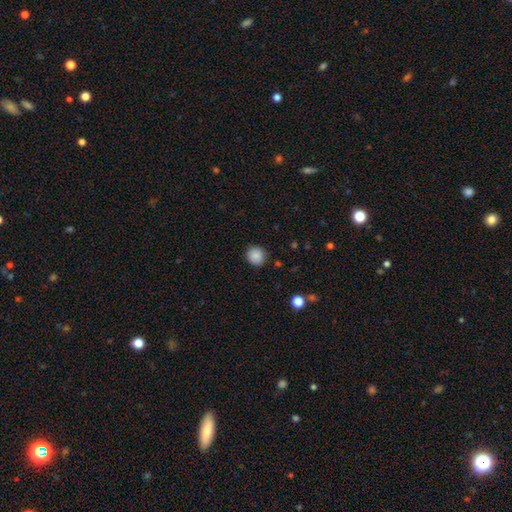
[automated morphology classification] smooth_or_featured: smooth (p=0.87) [alt: star or artifact p=0.09]
how_rounded: round (p=0.87) [alt: in between p=0.12]
merging: none (p=0.89) [alt: minor disturbance p=0.08]